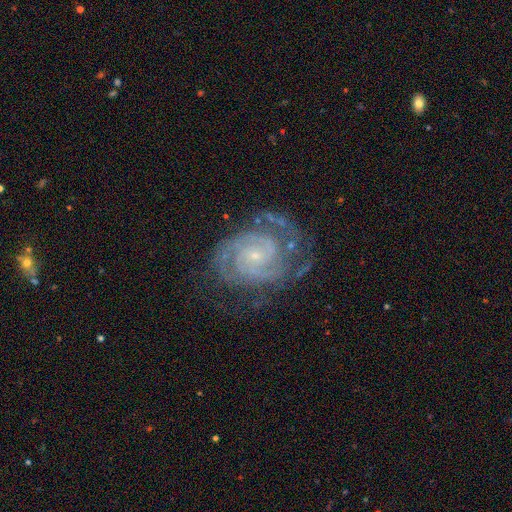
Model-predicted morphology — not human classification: This is clearly a featured or disk galaxy (90%). It is clearly not viewed edge-on (98%). Bar: likely no (63%). Spiral arm pattern: clearly yes (98%). Spiral arm count: possibly 2 (57%). Spiral winding: likely tight (69%). Central bulge: clearly small (81%). Merging: likely none (66%).